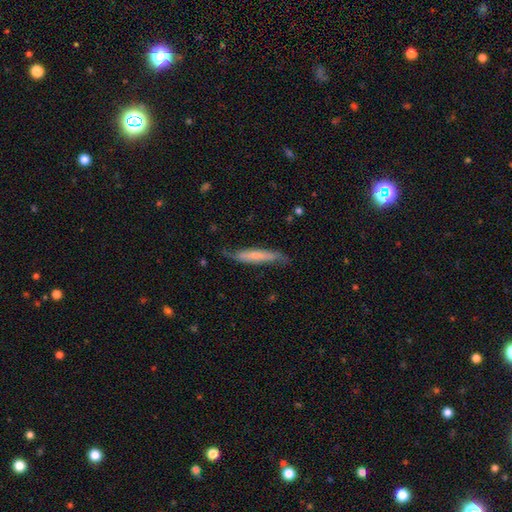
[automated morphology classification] Smooth or featured: smooth — 53% (featured or disk — 42%)
How rounded: cigar-shaped — 91% (in between — 8%)
Merging: none — 65% (minor disturbance — 26%)